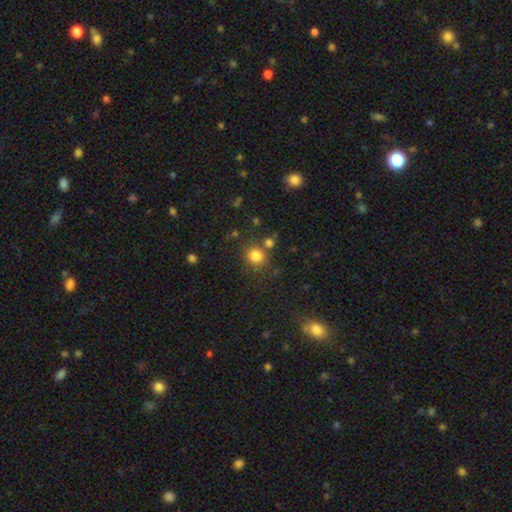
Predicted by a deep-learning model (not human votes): Q: Smooth or featured?
A: smooth (81%); runner-up: star or artifact (13%)
Q: How rounded?
A: round (81%); runner-up: in between (18%)
Q: Merging?
A: none (72%); runner-up: merger (12%)